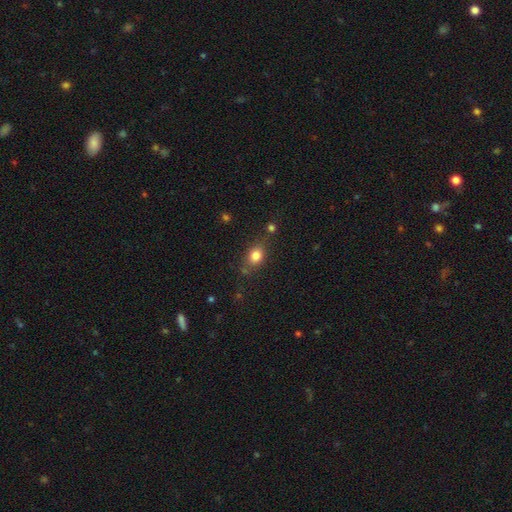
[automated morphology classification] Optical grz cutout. It shows a smooth galaxy with no disk features (81%) that is in between round and cigar-shaped (59%). Merging: none (71%).